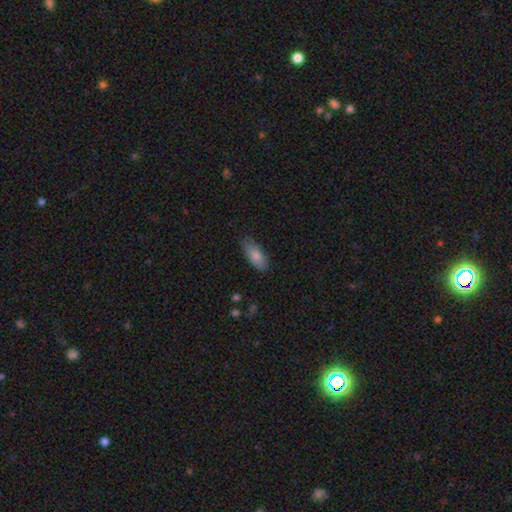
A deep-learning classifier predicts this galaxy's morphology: smooth_or_featured: smooth (p=0.77) [alt: featured or disk p=0.16]
how_rounded: in between (p=0.83) [alt: cigar-shaped p=0.14]
merging: none (p=0.79) [alt: minor disturbance p=0.17]